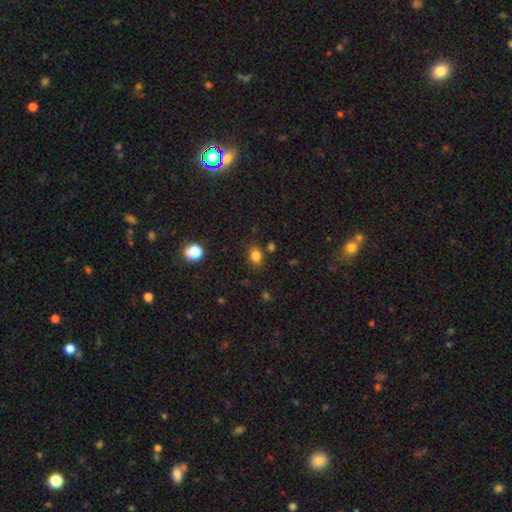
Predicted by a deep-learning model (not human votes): Smooth or featured? Predicted: smooth (p=0.82). How rounded? Predicted: in between (p=0.62). Merging? Predicted: none (p=0.80).